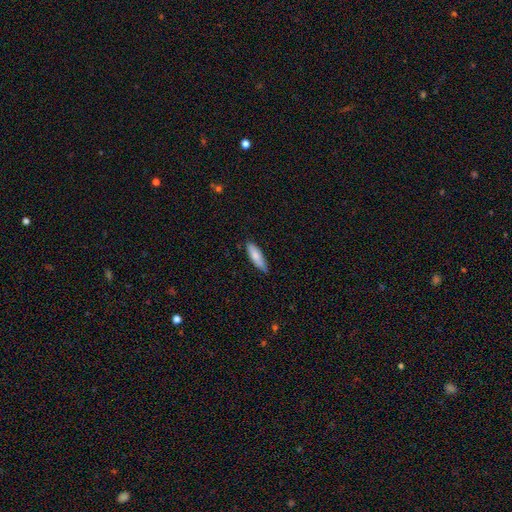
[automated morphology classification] Q: Smooth or featured?
A: smooth (79%); runner-up: featured or disk (15%)
Q: How rounded?
A: cigar-shaped (55%); runner-up: in between (43%)
Q: Merging?
A: none (78%); runner-up: minor disturbance (18%)